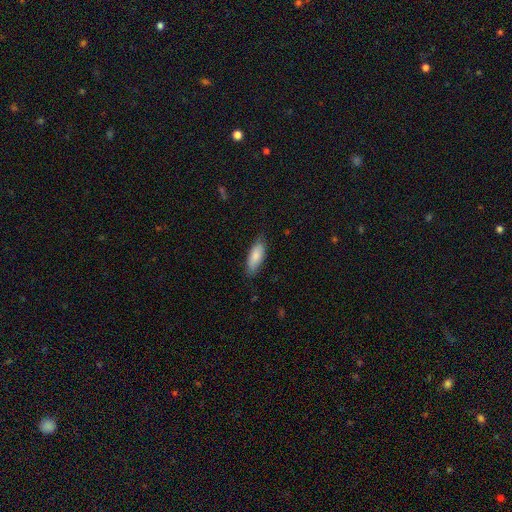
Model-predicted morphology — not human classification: Smooth or featured: smooth — 84% (featured or disk — 10%)
How rounded: in between — 70% (cigar-shaped — 28%)
Merging: none — 80% (minor disturbance — 16%)